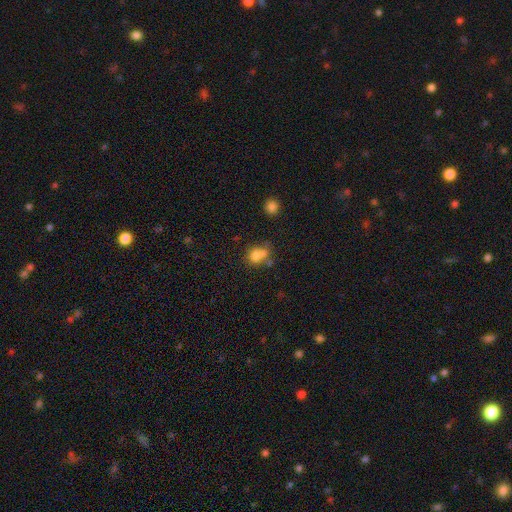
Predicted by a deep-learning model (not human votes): This appears to be a smooth galaxy with no disk features (73%) that is round (61%). Merging: merger (43%).